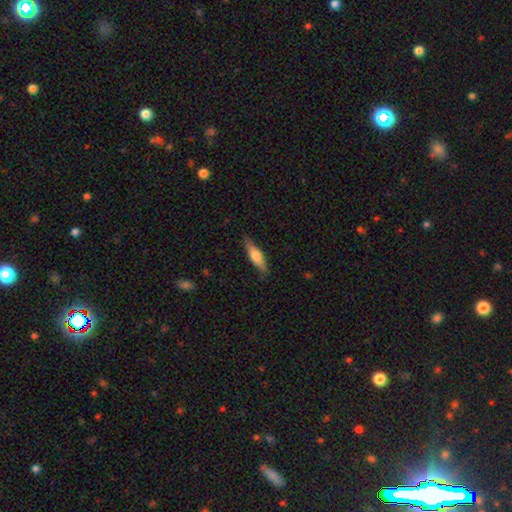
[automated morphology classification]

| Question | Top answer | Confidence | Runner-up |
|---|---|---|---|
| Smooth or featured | smooth | 58% | featured or disk (37%) |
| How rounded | cigar-shaped | 66% | in between (32%) |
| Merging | none | 84% | minor disturbance (12%) |